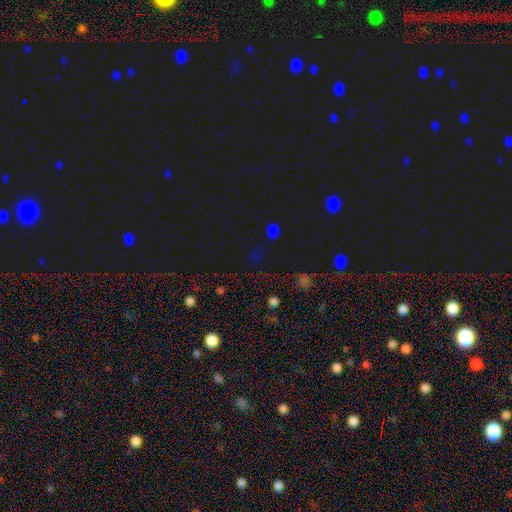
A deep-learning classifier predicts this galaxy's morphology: A star or artifact, not a galaxy (57%).